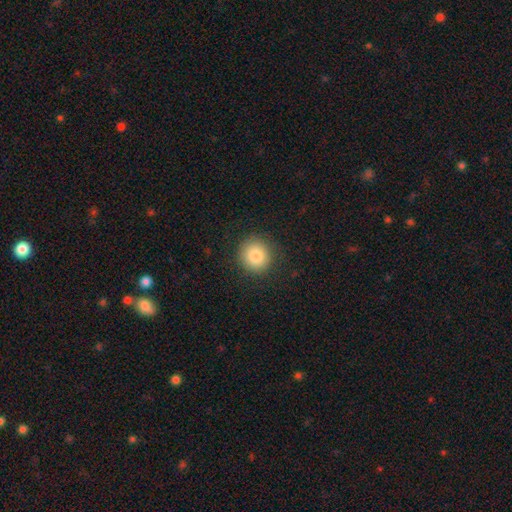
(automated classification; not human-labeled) smooth-or-featured: smooth: 85% | star or artifact: 9% | featured or disk: 6%
  how-rounded: round: 93% | in between: 7% | cigar-shaped: 1%
  merging: none: 90% | minor disturbance: 7% | major disturbance: 3% | merger: 1%